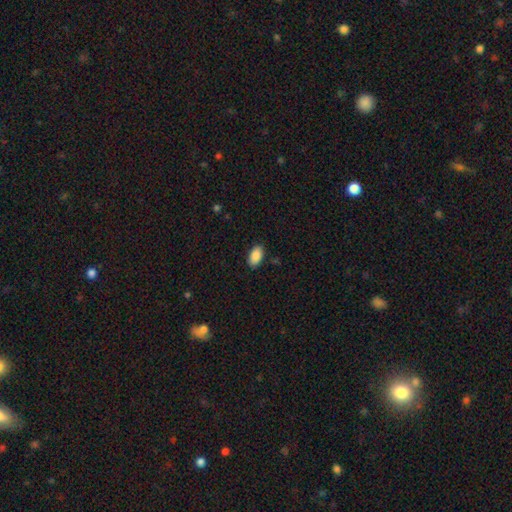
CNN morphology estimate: This appears to be a smooth galaxy with no disk features (89%) that is in between round and cigar-shaped (94%). Merging: none (87%).